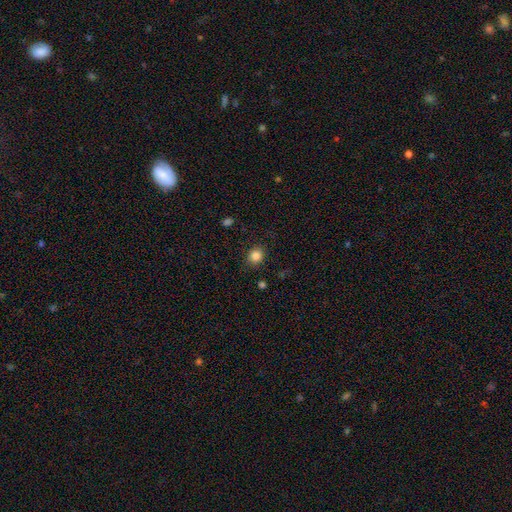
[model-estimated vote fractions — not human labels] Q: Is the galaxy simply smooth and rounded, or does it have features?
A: smooth — 84%.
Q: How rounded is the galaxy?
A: round — 76%.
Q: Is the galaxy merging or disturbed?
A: none — 87%.